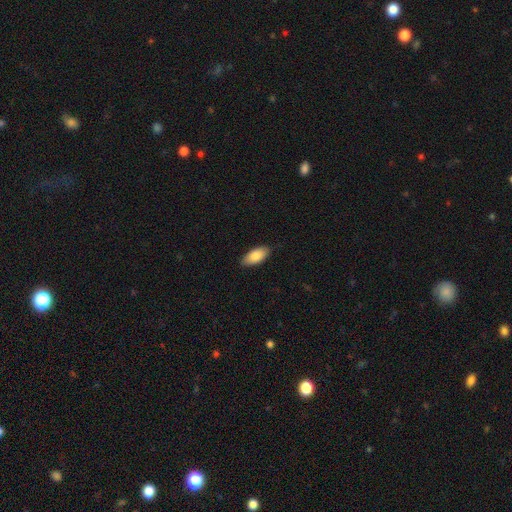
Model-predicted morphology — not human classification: smooth_or_featured: smooth (p=0.85) [alt: featured or disk p=0.10]
how_rounded: in between (p=0.89) [alt: cigar-shaped p=0.09]
merging: none (p=0.87) [alt: minor disturbance p=0.11]